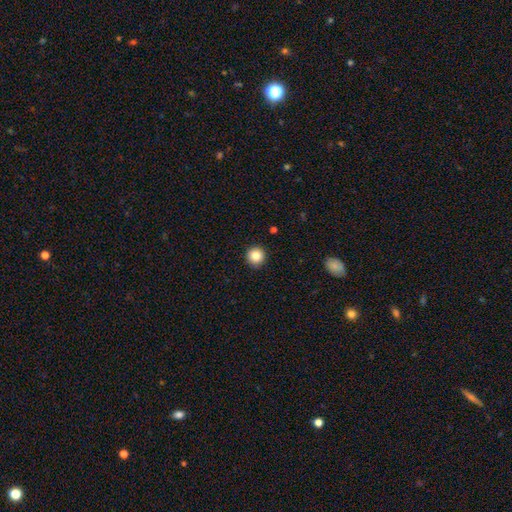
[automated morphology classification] Smooth or featured: smooth — 85% (star or artifact — 10%)
How rounded: round — 95% (in between — 4%)
Merging: none — 93% (minor disturbance — 5%)